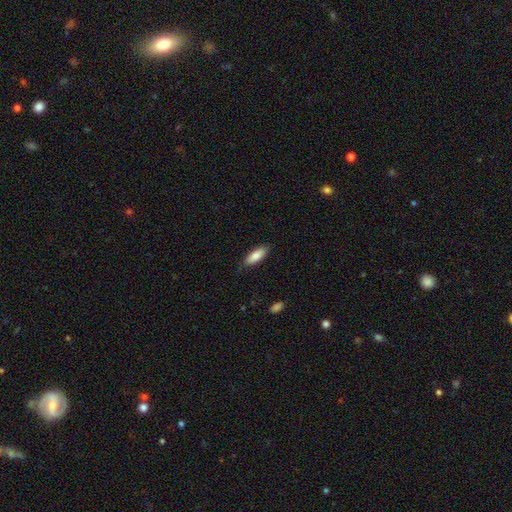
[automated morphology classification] Smooth or featured: smooth — 84% (featured or disk — 10%)
How rounded: in between — 68% (cigar-shaped — 30%)
Merging: none — 81% (minor disturbance — 15%)